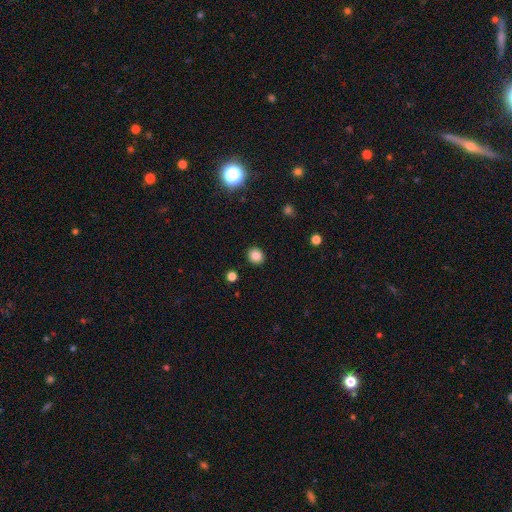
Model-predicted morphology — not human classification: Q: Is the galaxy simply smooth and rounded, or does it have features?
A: smooth — 84%.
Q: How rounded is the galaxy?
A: round — 81%.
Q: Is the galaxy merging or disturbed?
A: none — 91%.